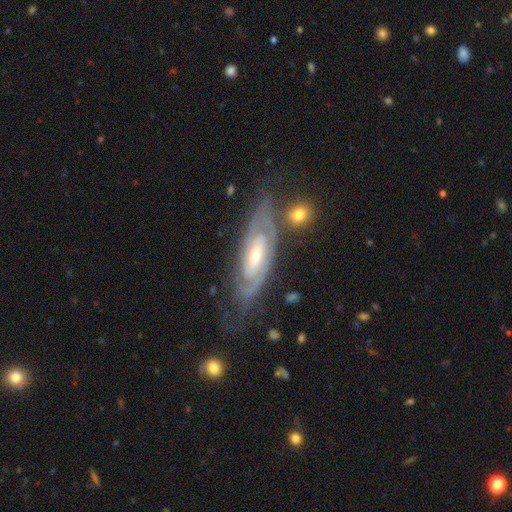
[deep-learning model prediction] This appears to be a featured or disk galaxy (86%) with no bar (42%), 2 (57%) tight (66%) spiral arms (94%) and a small central bulge (50%). Merging: none (64%).